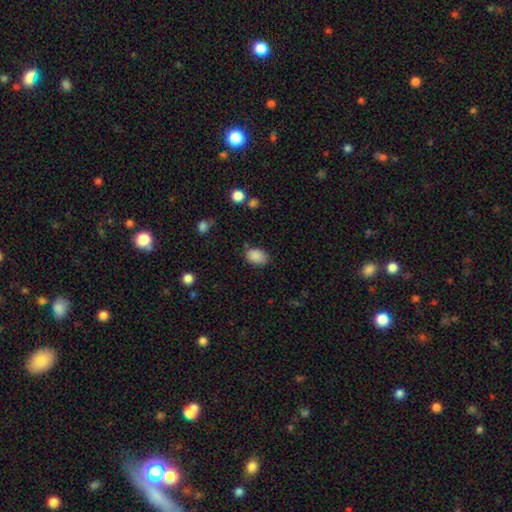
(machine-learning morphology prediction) A smooth galaxy with no disk features (87%) that is in between round and cigar-shaped (82%). Merging: none (74%).